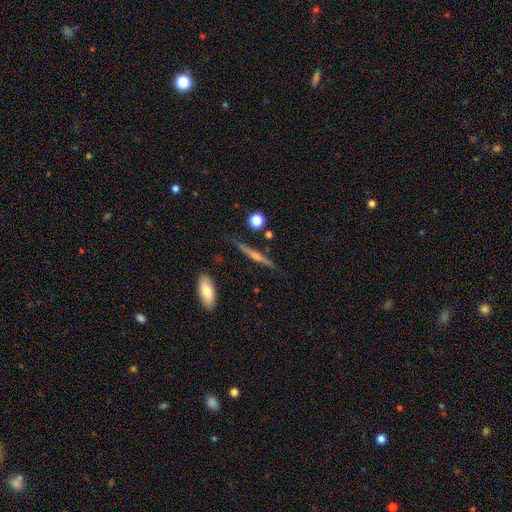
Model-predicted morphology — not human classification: The model was most divided on "smooth or featured": featured or disk: 63%, smooth: 29%, star or artifact: 8%. More confident: edge-on disk — yes (96%); merging — none (84%); edge-on bulge — rounded (70%).